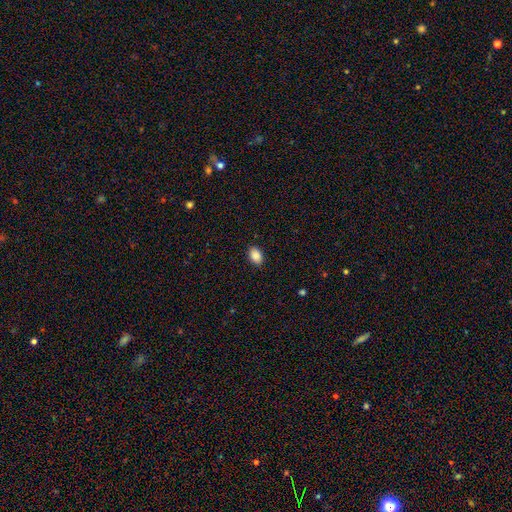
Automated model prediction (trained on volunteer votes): Q: Smooth or featured?
A: smooth (89%); runner-up: star or artifact (8%)
Q: How rounded?
A: in between (86%); runner-up: round (13%)
Q: Merging?
A: none (89%); runner-up: minor disturbance (8%)